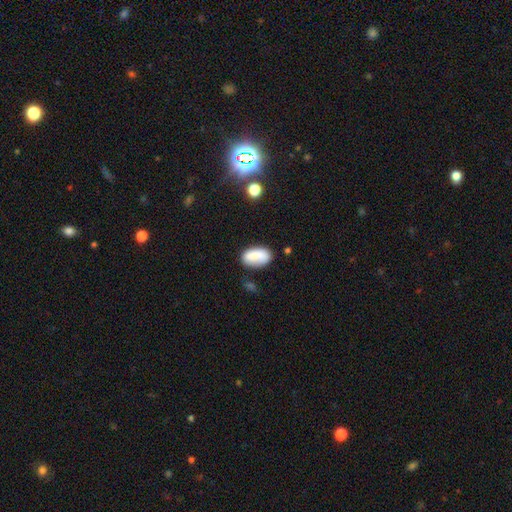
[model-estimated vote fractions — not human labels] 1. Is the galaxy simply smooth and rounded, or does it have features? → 81% smooth, 11% featured or disk, 8% star or artifact.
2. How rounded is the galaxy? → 91% in between, 5% round, 4% cigar-shaped.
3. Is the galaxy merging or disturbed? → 64% none, 22% minor disturbance, 7% major disturbance, 7% merger.